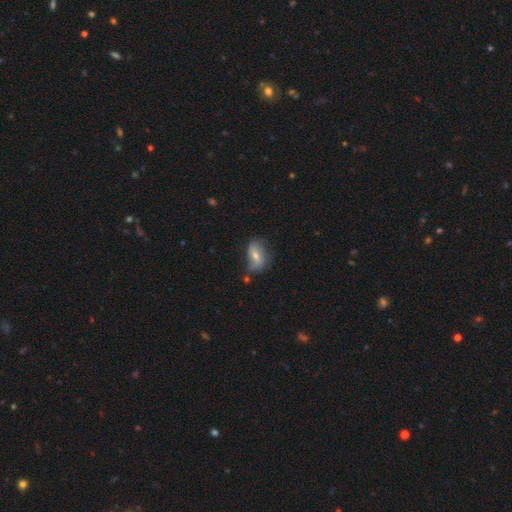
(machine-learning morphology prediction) smooth 52%, featured or disk 40%, star or artifact 8%. Down the decision tree: how rounded — in between (84%); merging — none (53%).